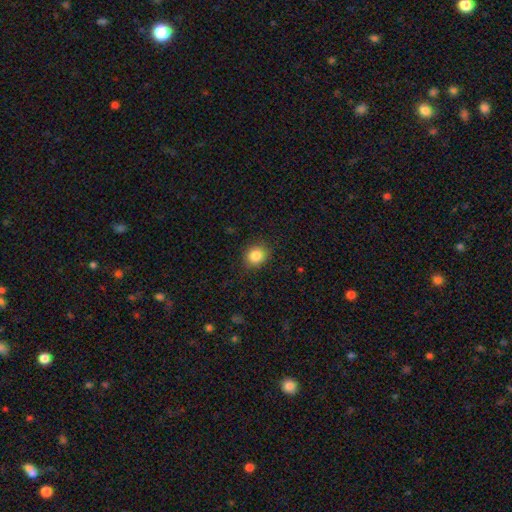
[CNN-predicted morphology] The model was most divided on "how rounded": round: 72%, in between: 27%, cigar-shaped: 1%. More confident: merging — none (86%); smooth or featured — smooth (85%).